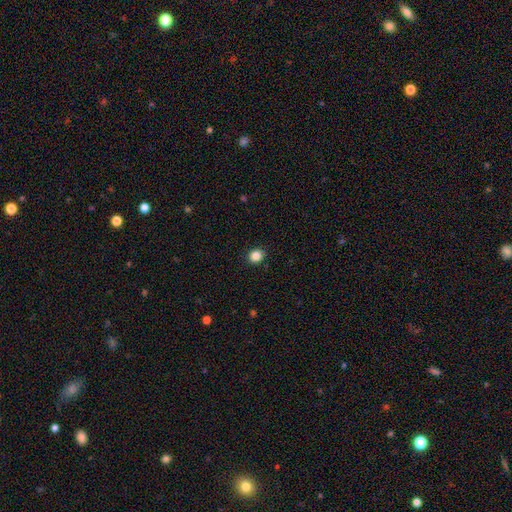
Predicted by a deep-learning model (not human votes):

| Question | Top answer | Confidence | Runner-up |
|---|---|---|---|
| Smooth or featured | smooth | 86% | star or artifact (11%) |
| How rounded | round | 73% | in between (26%) |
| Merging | none | 91% | minor disturbance (6%) |